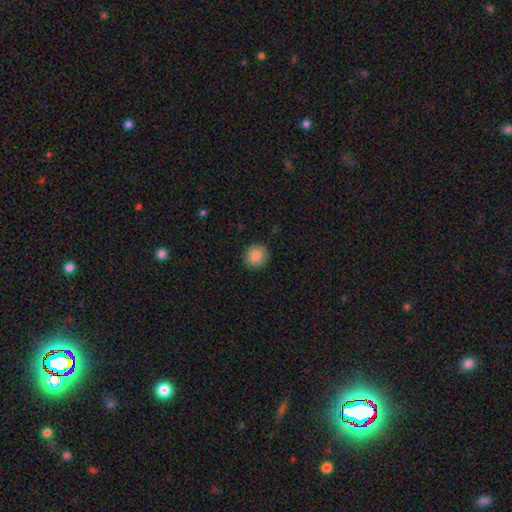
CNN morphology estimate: This is clearly a smooth galaxy (88%). How rounded: clearly round (91%). Merging: clearly none (89%).